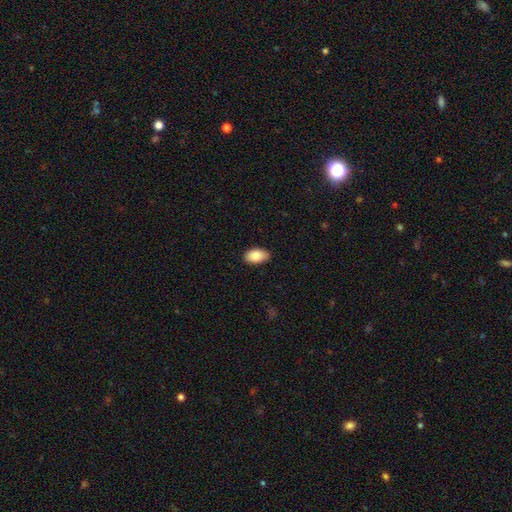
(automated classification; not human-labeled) Q: Smooth or featured?
A: smooth (88%); runner-up: star or artifact (7%)
Q: How rounded?
A: in between (94%); runner-up: round (5%)
Q: Merging?
A: none (83%); runner-up: minor disturbance (14%)